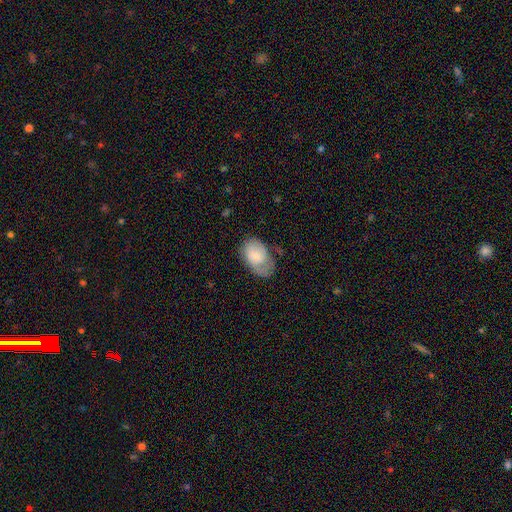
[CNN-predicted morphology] smooth-or-featured: smooth: 67% | featured or disk: 26% | star or artifact: 7%
  how-rounded: in between: 90% | round: 9% | cigar-shaped: 1%
  merging: none: 50% | minor disturbance: 33% | major disturbance: 15% | merger: 2%